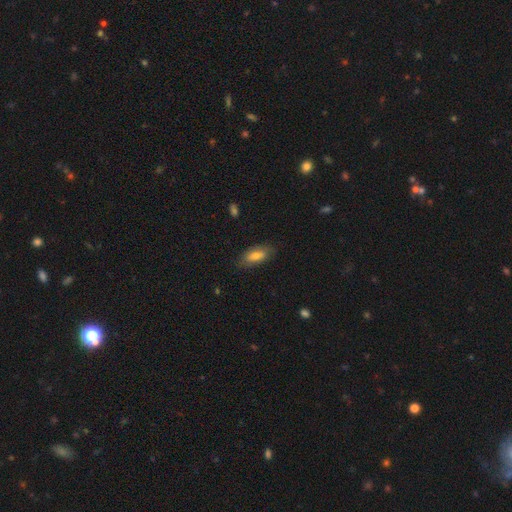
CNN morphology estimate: The model was most divided on "smooth or featured": smooth: 72%, featured or disk: 22%, star or artifact: 7%. More confident: how rounded — in between (84%); merging — none (79%).